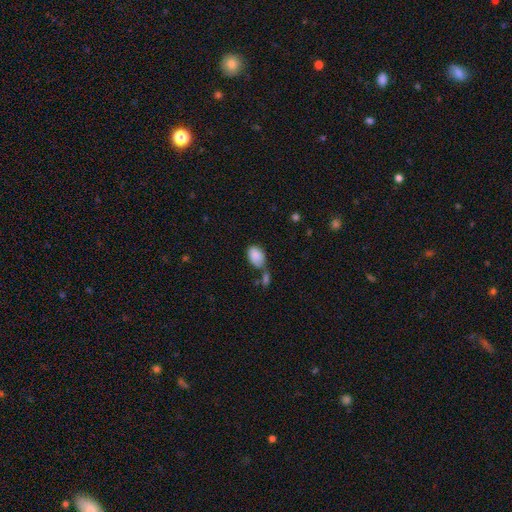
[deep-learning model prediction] Smooth or featured?
  - smooth: 87% *
  - star or artifact: 7%
  - featured or disk: 6%
How rounded?
  - in between: 89% *
  - round: 10%
  - cigar-shaped: 1%
Merging?
  - none: 45% *
  - merger: 27%
  - minor disturbance: 20%
  - major disturbance: 8%